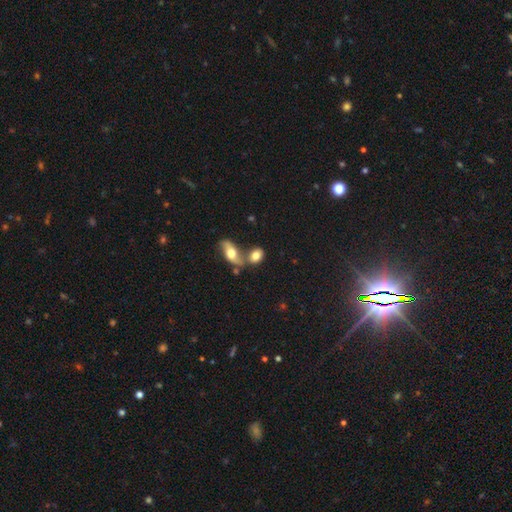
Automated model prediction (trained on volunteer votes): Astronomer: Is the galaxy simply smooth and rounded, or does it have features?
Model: smooth — 75%.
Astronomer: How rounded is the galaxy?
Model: in between — 79%.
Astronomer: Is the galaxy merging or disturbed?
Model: merger — 44% (runner-up: none, 39%).